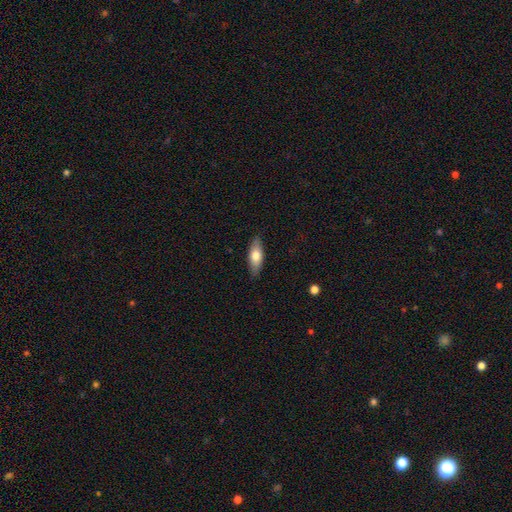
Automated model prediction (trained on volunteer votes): Smooth or featured: smooth — 70% (featured or disk — 24%)
How rounded: in between — 70% (cigar-shaped — 28%)
Merging: none — 88% (minor disturbance — 10%)